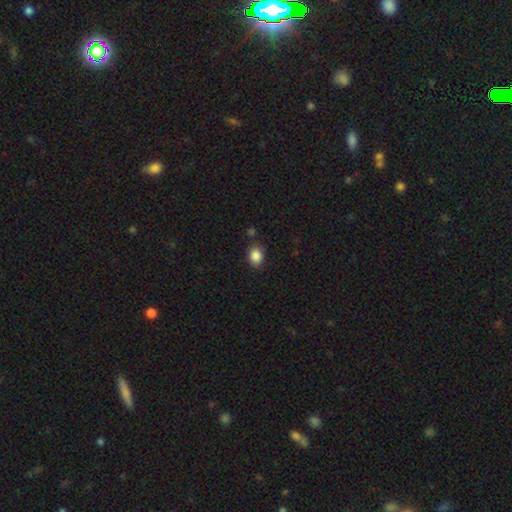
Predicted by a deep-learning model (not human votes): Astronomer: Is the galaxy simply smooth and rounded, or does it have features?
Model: smooth — 87%.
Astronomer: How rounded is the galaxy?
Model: in between — 58% (runner-up: round, 41%).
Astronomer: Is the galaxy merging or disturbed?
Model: none — 80%.